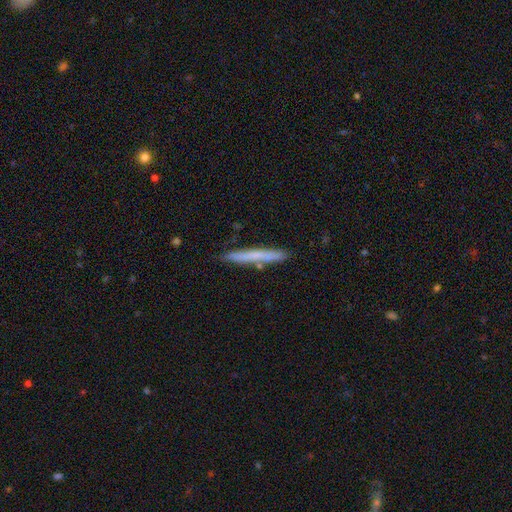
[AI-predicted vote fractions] Smooth or featured?
  - smooth: 61% *
  - featured or disk: 33%
  - star or artifact: 6%
How rounded?
  - cigar-shaped: 96% *
  - in between: 3%
  - round: 1%
Merging?
  - none: 84% *
  - minor disturbance: 11%
  - merger: 3%
  - major disturbance: 2%